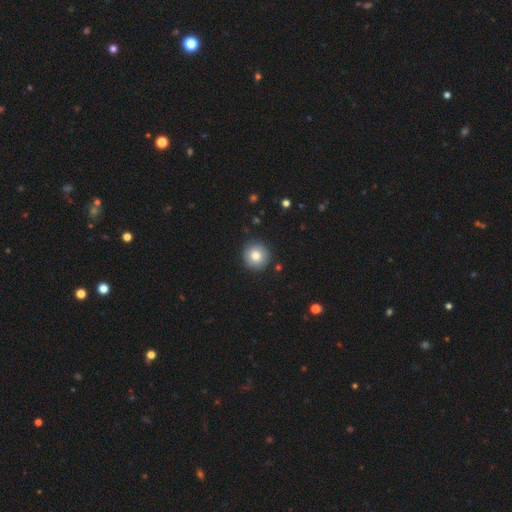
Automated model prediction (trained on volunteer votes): Smooth or featured?
  - smooth: 81% *
  - featured or disk: 10%
  - star or artifact: 9%
How rounded?
  - round: 95% *
  - in between: 4%
  - cigar-shaped: 1%
Merging?
  - none: 90% *
  - minor disturbance: 7%
  - major disturbance: 2%
  - merger: 1%